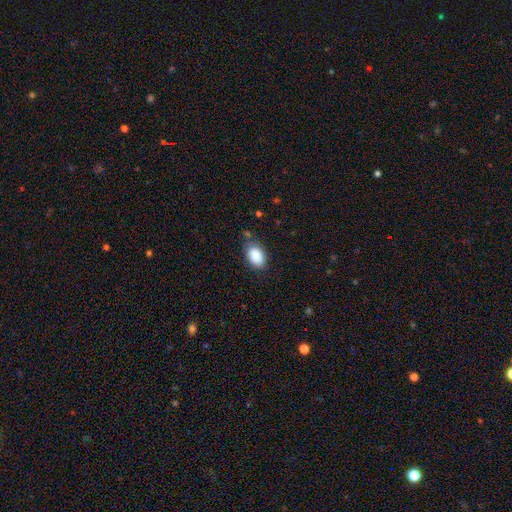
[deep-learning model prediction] smooth 89%, star or artifact 7%, featured or disk 4%. Down the decision tree: how rounded — in between (90%); merging — none (78%).